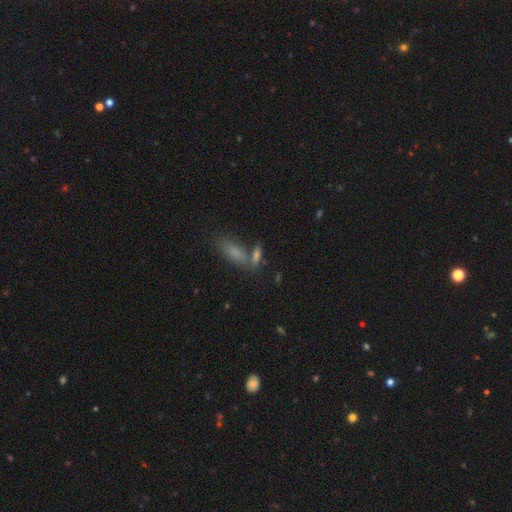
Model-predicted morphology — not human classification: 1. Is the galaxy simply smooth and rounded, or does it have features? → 71% smooth, 15% featured or disk, 14% star or artifact.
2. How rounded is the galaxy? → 57% in between, 37% cigar-shaped, 6% round.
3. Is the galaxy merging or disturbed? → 52% none, 32% merger, 11% minor disturbance, 4% major disturbance.